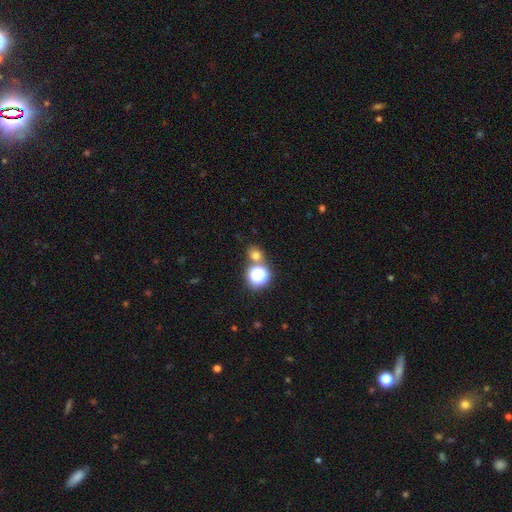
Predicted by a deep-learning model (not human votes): This is likely a smooth galaxy (67%). How rounded: likely round (76%). Merging: likely none (70%).